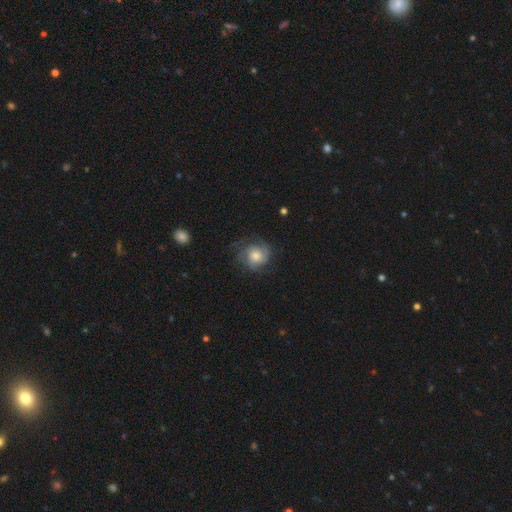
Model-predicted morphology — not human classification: Smooth or featured: featured or disk — 60% (smooth — 32%)
Edge-on disk: no — 98% (yes — 2%)
Bar: no — 78% (weak — 19%)
Spiral arms: yes — 88% (no — 12%)
Spiral winding: tight — 50% (medium — 36%)
Spiral arm count: can't tell — 34% (3 — 26%)
Bulge size: moderate — 58% (small — 20%)
Merging: none — 66% (minor disturbance — 20%)